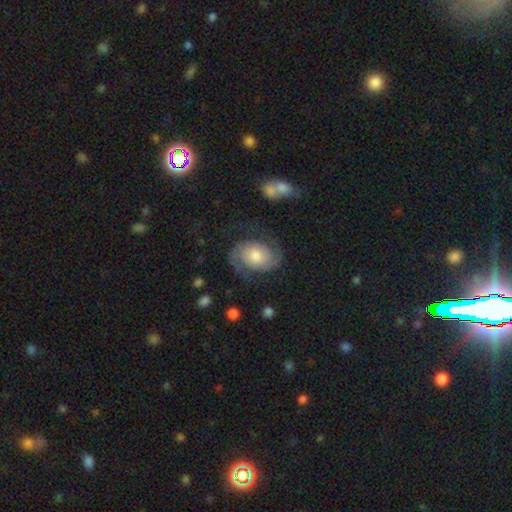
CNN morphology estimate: This appears to be a featured or disk galaxy (78%) with no bar (69%), 2 (89%) medium (44%) spiral arms (94%) and a moderate central bulge (62%). Merging: none (70%).